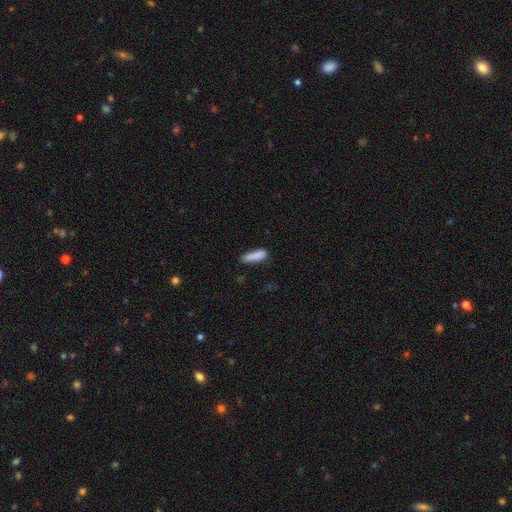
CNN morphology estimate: Smooth or featured? smooth (86%)
How rounded? cigar-shaped (68%)
Merging? none (72%)